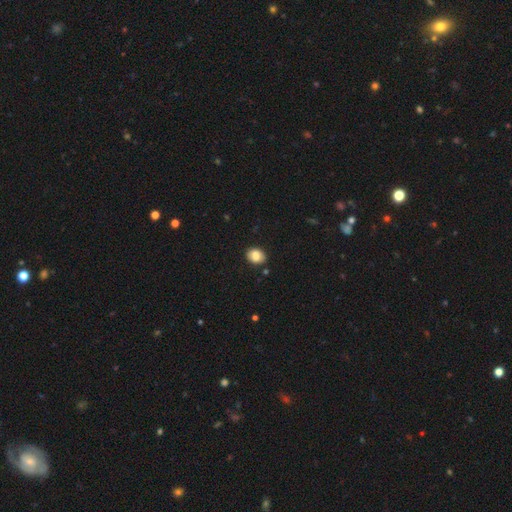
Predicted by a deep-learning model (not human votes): This appears to be a smooth galaxy with no disk features (81%) that is in between round and cigar-shaped (60%). Merging: none (86%).